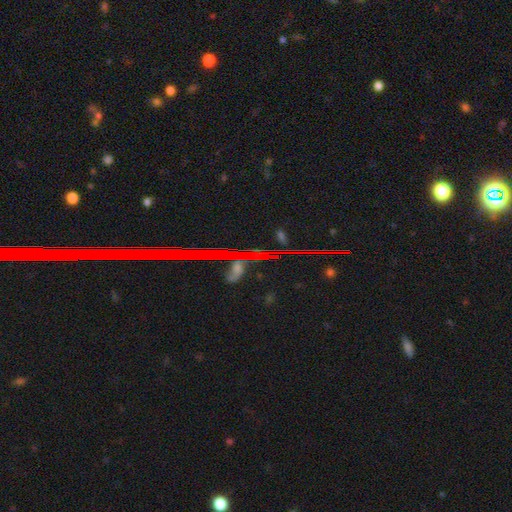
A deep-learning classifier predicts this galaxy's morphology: This appears to be a star or artifact, not a galaxy (66%).